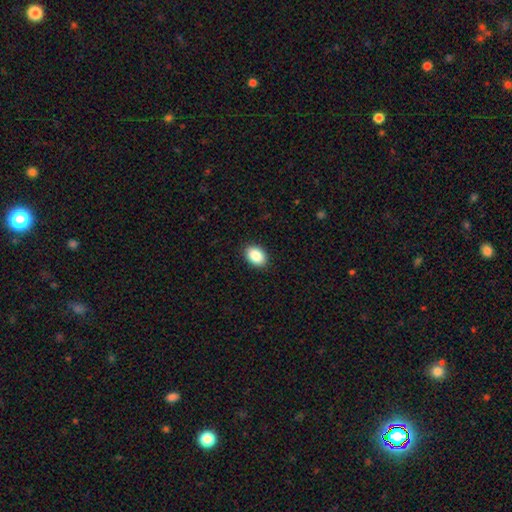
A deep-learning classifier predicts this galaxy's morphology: Overall: smooth (89%). How rounded: in between (83%). Merging: none (90%).